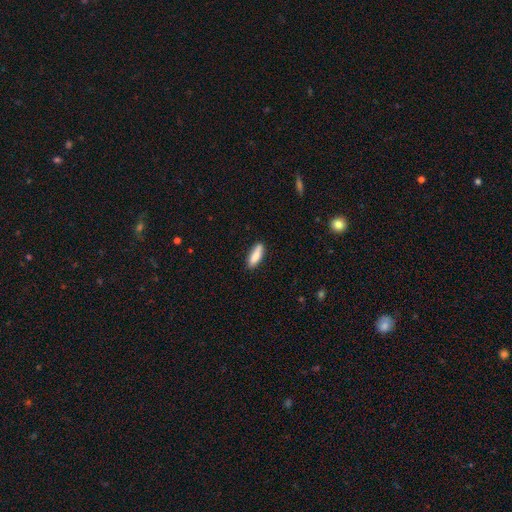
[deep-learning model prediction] smooth-or-featured: smooth: 85% | featured or disk: 9% | star or artifact: 6%
  how-rounded: in between: 50% | cigar-shaped: 48% | round: 2%
  merging: none: 81% | minor disturbance: 15% | major disturbance: 3% | merger: 2%